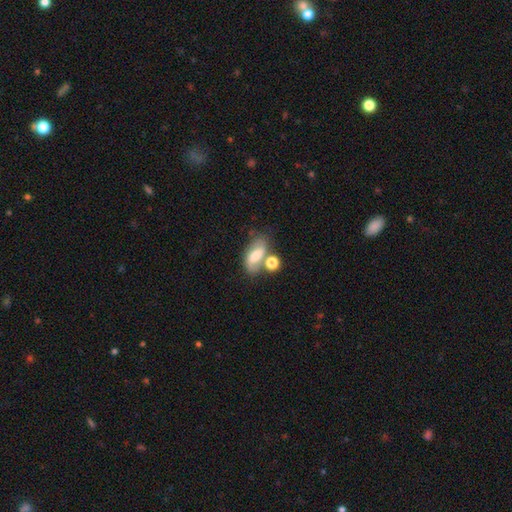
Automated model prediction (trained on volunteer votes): Smooth or featured: smooth — 57% (featured or disk — 33%)
How rounded: in between — 80% (round — 12%)
Merging: none — 44% (merger — 29%)